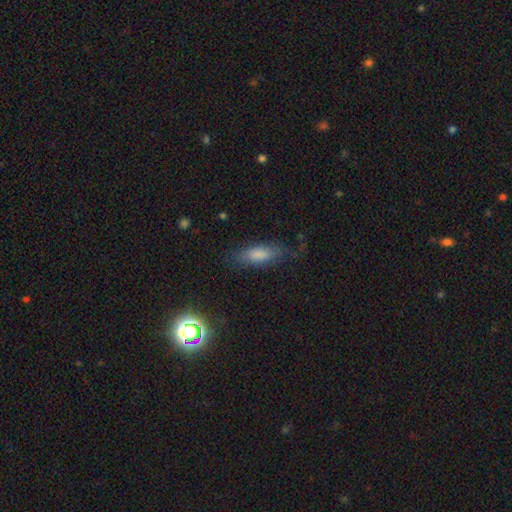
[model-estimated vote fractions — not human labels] Overall: smooth (64%). How rounded: in between (55%; cigar-shaped 41%). Merging: none (74%).